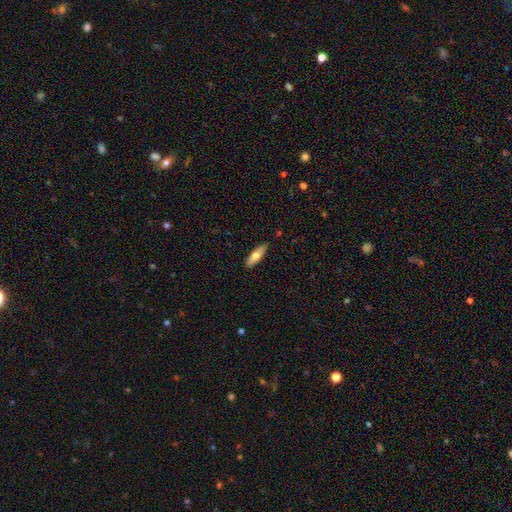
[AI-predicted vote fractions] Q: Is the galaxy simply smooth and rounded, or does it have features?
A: smooth — 65%.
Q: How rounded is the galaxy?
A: cigar-shaped — 51%.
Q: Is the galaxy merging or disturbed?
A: none — 87%.